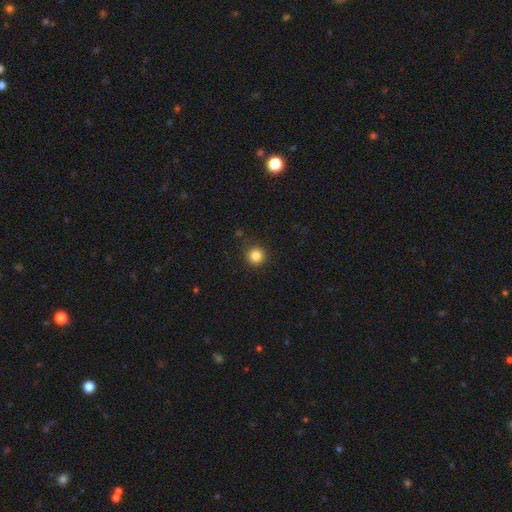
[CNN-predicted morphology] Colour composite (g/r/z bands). It shows a smooth galaxy with no disk features (84%) that is round (95%). Merging: none (90%).